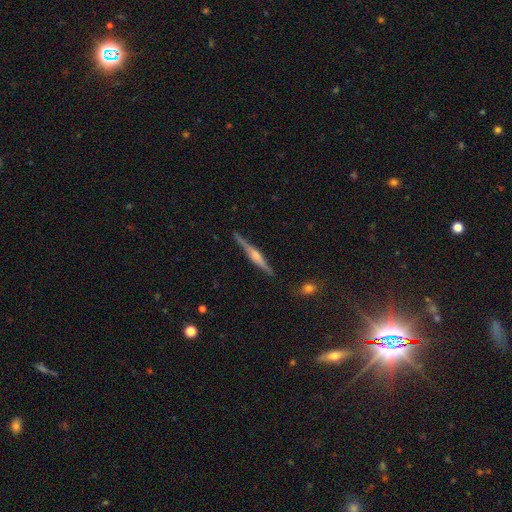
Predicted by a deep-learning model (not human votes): Smooth or featured: featured or disk — 80% (smooth — 14%)
Edge-on disk: yes — 98% (no — 2%)
Edge-on bulge: rounded — 73% (boxy — 19%)
Merging: none — 89% (minor disturbance — 8%)